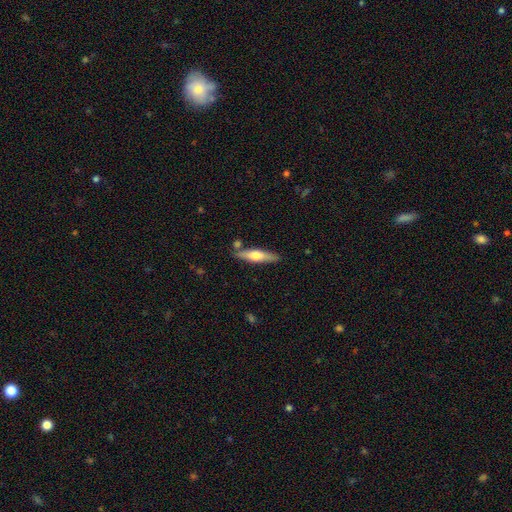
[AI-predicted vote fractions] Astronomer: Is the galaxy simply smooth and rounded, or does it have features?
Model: smooth — 49% (runner-up: featured or disk, 46%).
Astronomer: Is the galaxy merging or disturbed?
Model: none — 79%.